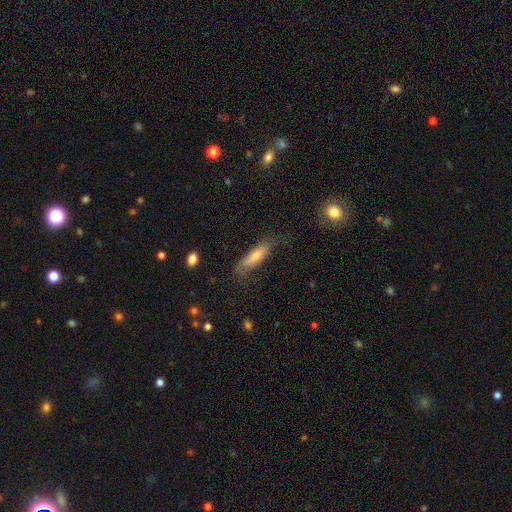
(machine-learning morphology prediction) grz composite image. It shows a smooth galaxy with no disk features (61%) that is cigar-shaped (73%). Merging: none (65%).